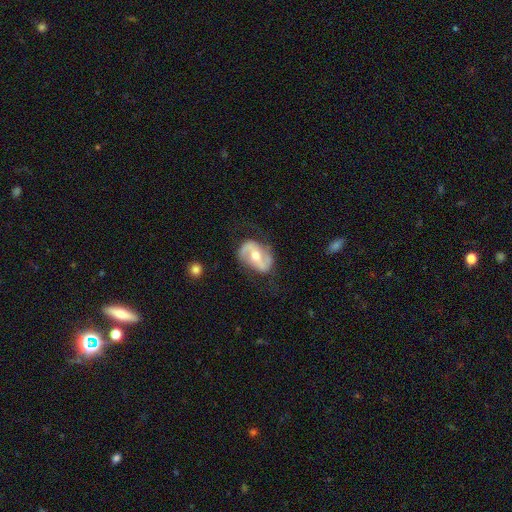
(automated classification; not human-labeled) A featured or disk galaxy (78%) with a weak bar (40%), 2 (89%) medium (43%) spiral arms (88%) and a moderate central bulge (71%). Merging: none (70%).